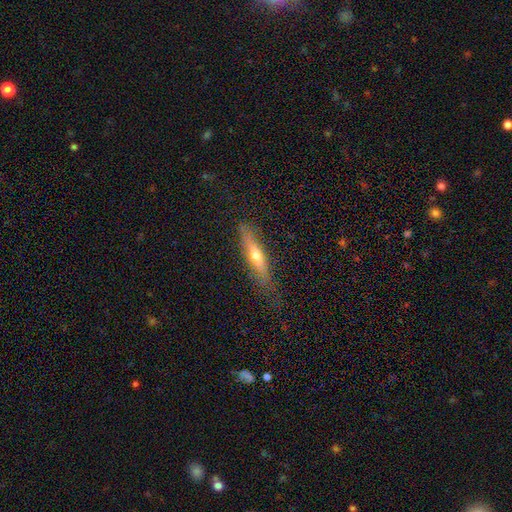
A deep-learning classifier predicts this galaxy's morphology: A featured or disk galaxy (47%). Merging: none (78%).